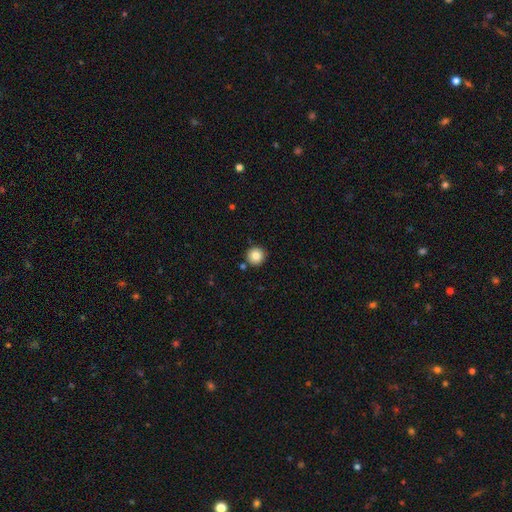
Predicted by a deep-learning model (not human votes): smooth 84%, star or artifact 9%, featured or disk 6%. Down the decision tree: how rounded — round (96%); merging — none (88%).